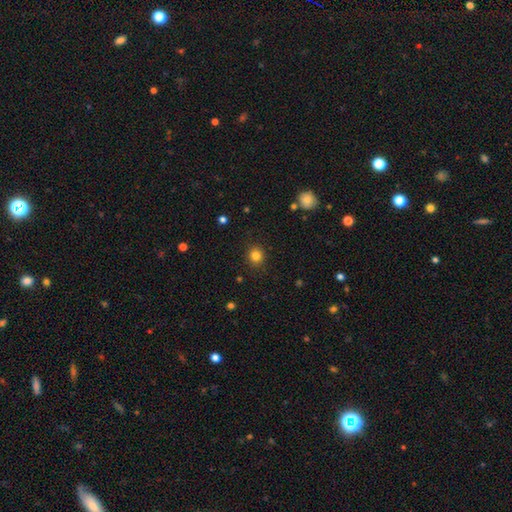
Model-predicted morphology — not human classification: This appears to be a smooth galaxy with no disk features (83%) that is round (88%). Merging: none (90%).